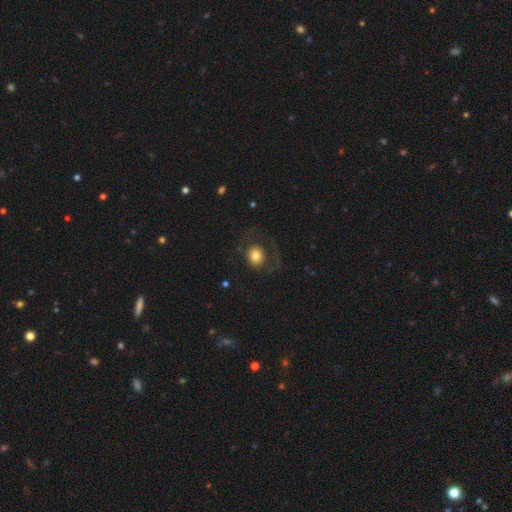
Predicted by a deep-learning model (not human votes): The model was most divided on "how rounded": round: 67%, in between: 32%, cigar-shaped: 1%. More confident: smooth or featured — smooth (72%); merging — none (61%).